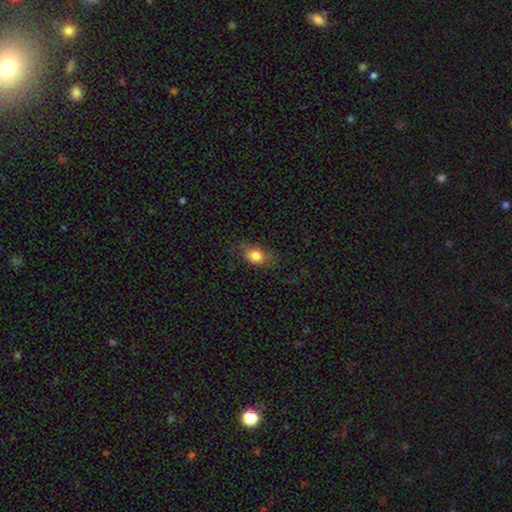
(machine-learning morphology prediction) This appears to be a smooth galaxy with no disk features (81%) that is in between round and cigar-shaped (69%). Merging: none (71%).